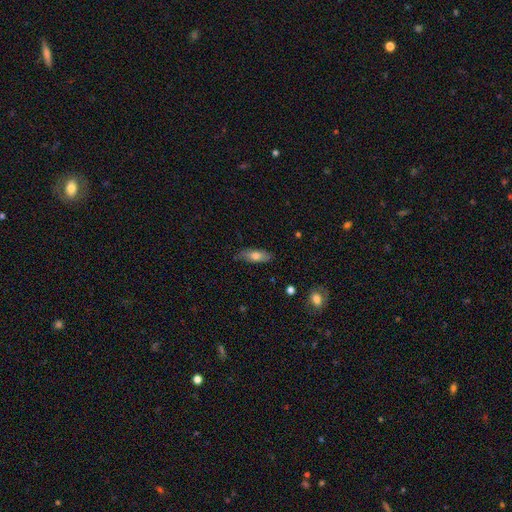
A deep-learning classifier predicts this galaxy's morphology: This appears to be a smooth galaxy with no disk features (68%) that is in between round and cigar-shaped (62%). Merging: none (77%).